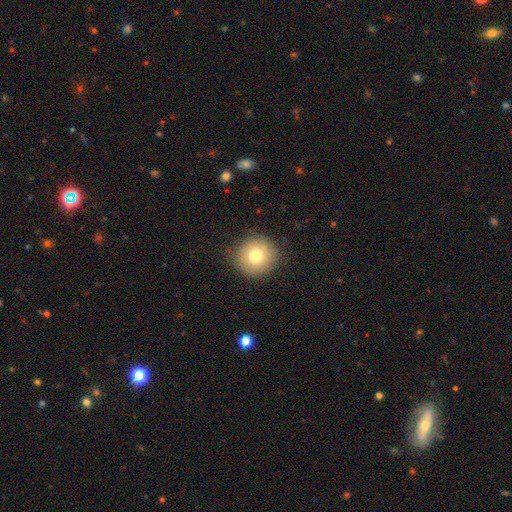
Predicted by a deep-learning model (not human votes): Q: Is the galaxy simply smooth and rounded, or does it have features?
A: smooth — 76%.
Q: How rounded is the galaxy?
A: round — 92%.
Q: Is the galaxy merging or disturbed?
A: none — 87%.